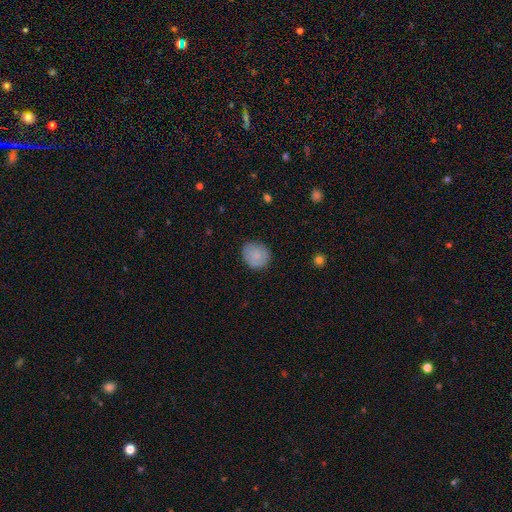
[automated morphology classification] A smooth galaxy with no disk features (79%) that is round (80%).

Vote fractions:
- Smooth or featured? smooth: 79% / featured or disk: 14% / star or artifact: 7%
- How rounded? round: 80% / in between: 19% / cigar-shaped: 1%
- Merging? none: 82% / minor disturbance: 14% / major disturbance: 3% / merger: 1%